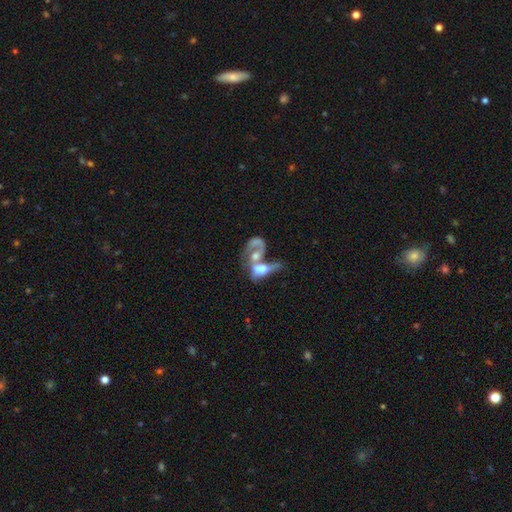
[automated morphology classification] A featured or disk galaxy (54%).

Vote fractions:
- Smooth or featured? featured or disk: 54% / smooth: 37% / star or artifact: 9%
- Edge-on disk? no: 92% / yes: 8%
- Merging? merger: 75% / major disturbance: 14% / none: 7% / minor disturbance: 4%